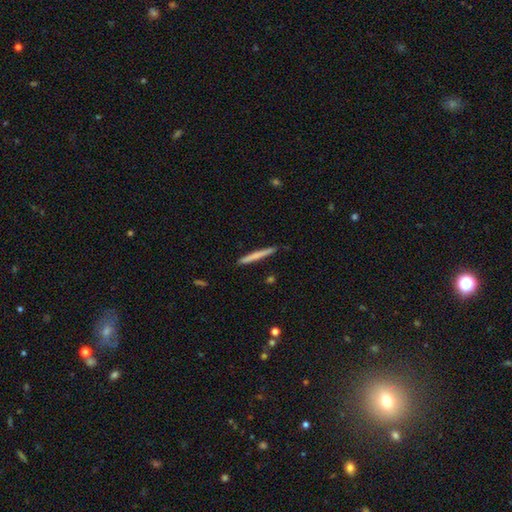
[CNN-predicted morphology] This is likely a smooth galaxy (62%). How rounded: clearly cigar-shaped (97%). Merging: clearly none (91%).